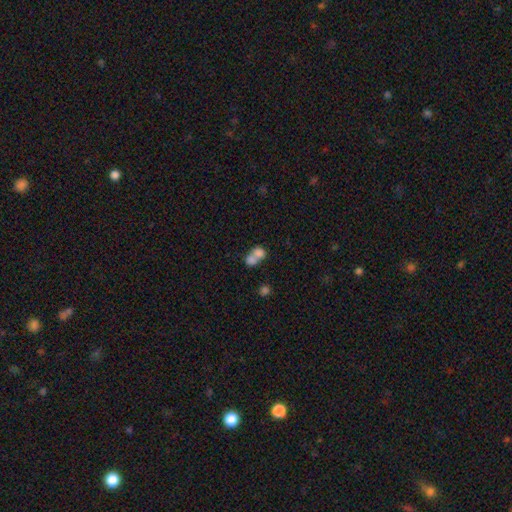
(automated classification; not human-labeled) This is likely a smooth galaxy (75%). How rounded: possibly round (55%). Merging: likely merger (72%).